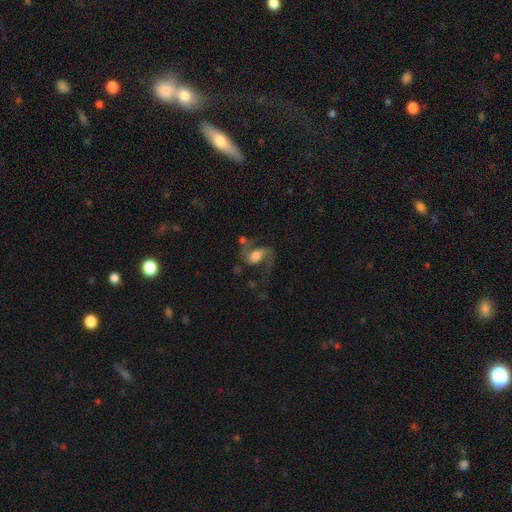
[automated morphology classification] smooth_or_featured: featured or disk (p=0.73) [alt: smooth p=0.19]
disk_edge_on: no (p=0.97) [alt: yes p=0.03]
bar: no (p=0.48) [alt: weak p=0.39]
has_spiral_arms: yes (p=0.91) [alt: no p=0.09]
spiral_winding: loose (p=0.64) [alt: medium p=0.30]
spiral_arm_count: 2 (p=0.87) [alt: 1 p=0.07]
bulge_size: large (p=0.42) [alt: moderate p=0.35]
merging: none (p=0.48) [alt: major disturbance p=0.25]